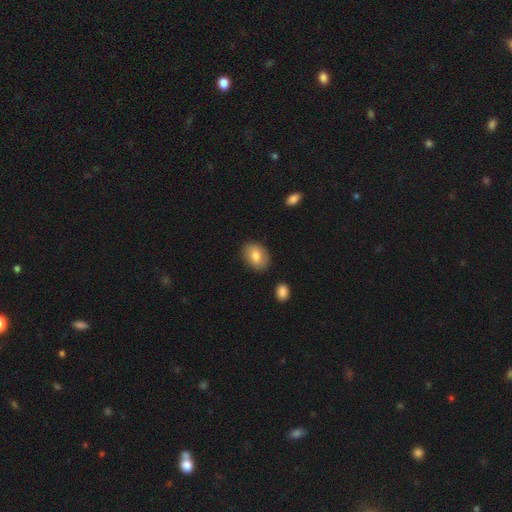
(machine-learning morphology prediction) Smooth or featured?
  - smooth: 78% *
  - featured or disk: 15%
  - star or artifact: 7%
How rounded?
  - in between: 73% *
  - round: 26%
  - cigar-shaped: 1%
Merging?
  - none: 85% *
  - minor disturbance: 10%
  - major disturbance: 3%
  - merger: 2%